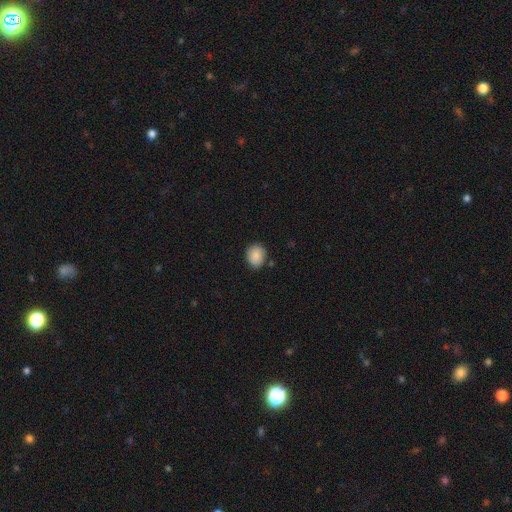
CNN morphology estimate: This appears to be a smooth galaxy with no disk features (89%) that is round (55%). Merging: none (81%).